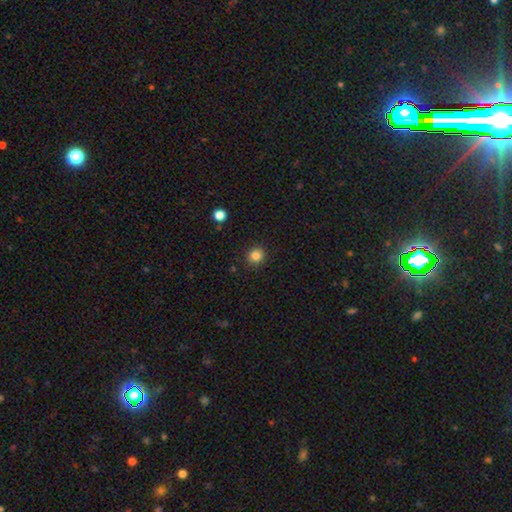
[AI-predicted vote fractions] Smooth or featured?
  - smooth: 84% *
  - star or artifact: 11%
  - featured or disk: 5%
How rounded?
  - round: 91% *
  - in between: 8%
  - cigar-shaped: 1%
Merging?
  - none: 90% *
  - minor disturbance: 7%
  - major disturbance: 2%
  - merger: 1%